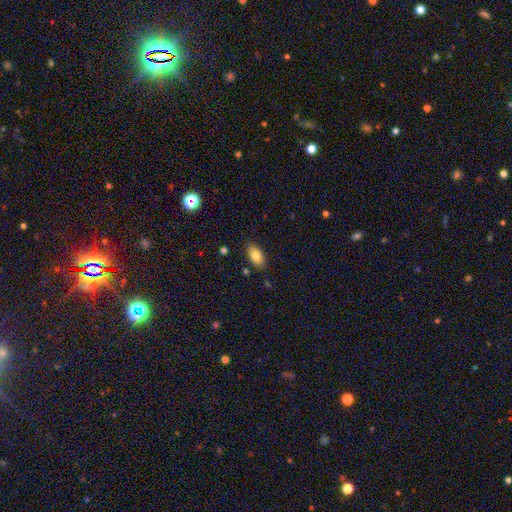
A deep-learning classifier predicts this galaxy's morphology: Overall: smooth (82%). How rounded: in between (91%). Merging: none (84%).